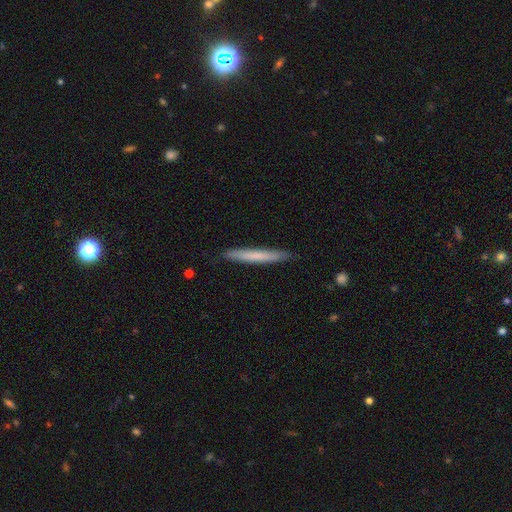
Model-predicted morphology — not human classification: This is likely a smooth galaxy (69%). How rounded: clearly cigar-shaped (96%). Merging: clearly none (89%).